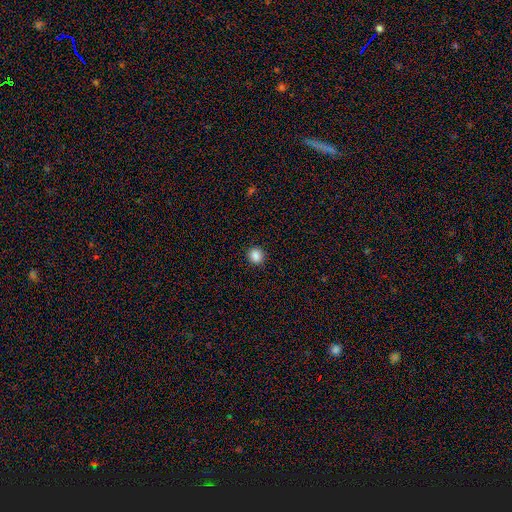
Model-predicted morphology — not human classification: Smooth or featured?
  - smooth: 87% *
  - star or artifact: 10%
  - featured or disk: 3%
How rounded?
  - round: 85% *
  - in between: 14%
  - cigar-shaped: 1%
Merging?
  - none: 92% *
  - minor disturbance: 6%
  - major disturbance: 2%
  - merger: 1%